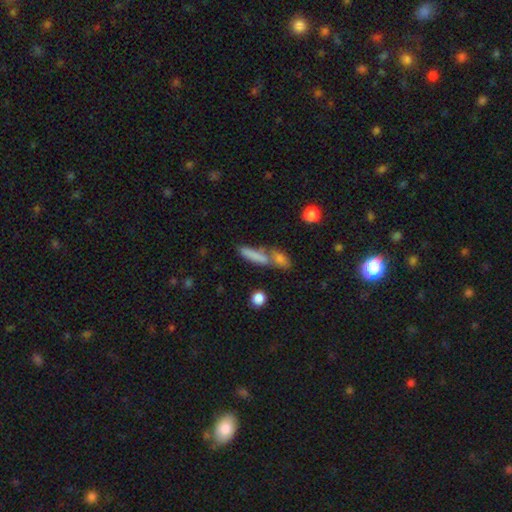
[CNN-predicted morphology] Smooth or featured? smooth (75%)
How rounded? cigar-shaped (69%)
Merging? none (45%)